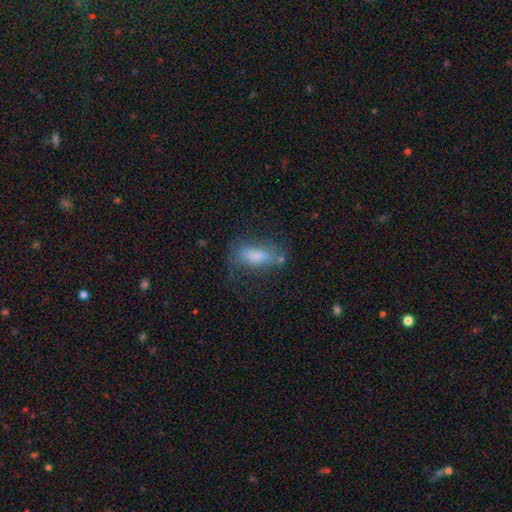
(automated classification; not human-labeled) Overall: smooth (62%; featured or disk 26%). How rounded: in between (61%; cigar-shaped 36%). Merging: none (53%; minor disturbance 24%).